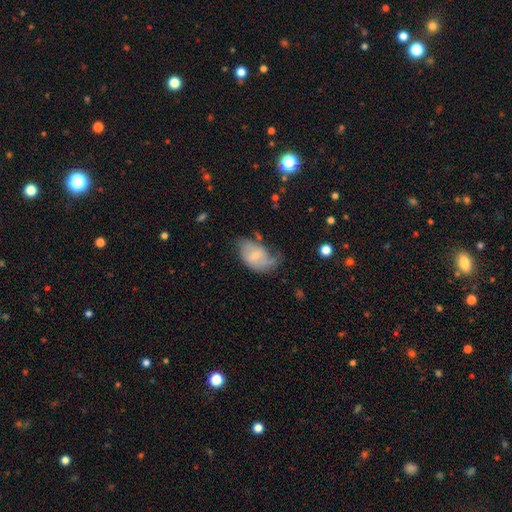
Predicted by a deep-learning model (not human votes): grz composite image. It shows a smooth galaxy with no disk features (47%). Merging: minor disturbance (35%).